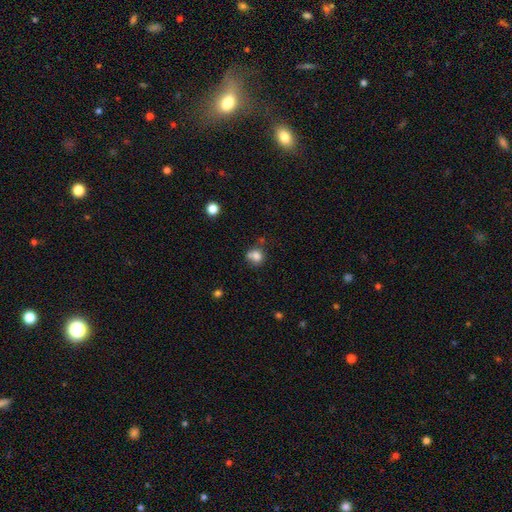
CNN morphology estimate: A smooth galaxy with no disk features (78%) that is round (76%).

Vote fractions:
- Smooth or featured? smooth: 78% / star or artifact: 12% / featured or disk: 10%
- How rounded? round: 76% / in between: 23% / cigar-shaped: 1%
- Merging? none: 49% / merger: 27% / minor disturbance: 17% / major disturbance: 7%